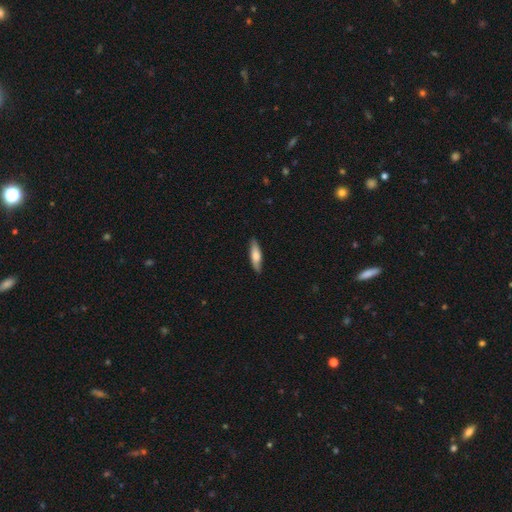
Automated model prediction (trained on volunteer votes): This appears to be a smooth galaxy with no disk features (68%) that is cigar-shaped (64%). Merging: none (86%).